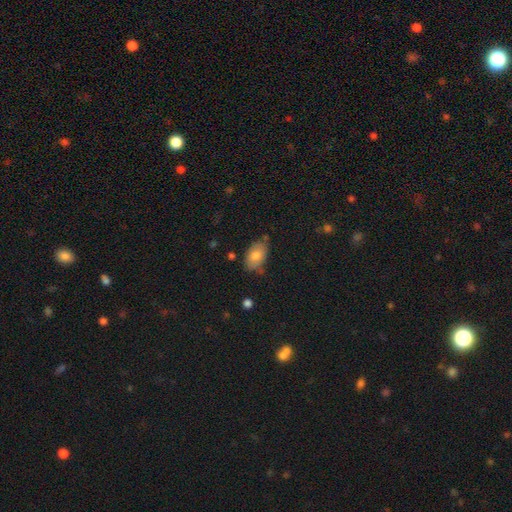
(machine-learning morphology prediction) Smooth or featured? smooth (78%)
How rounded? in between (90%)
Merging? none (67%)